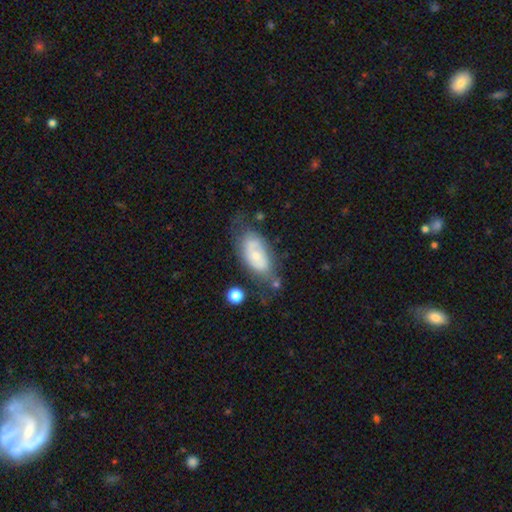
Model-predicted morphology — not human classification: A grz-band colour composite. It shows a featured or disk galaxy (48%). Merging: none (53%).